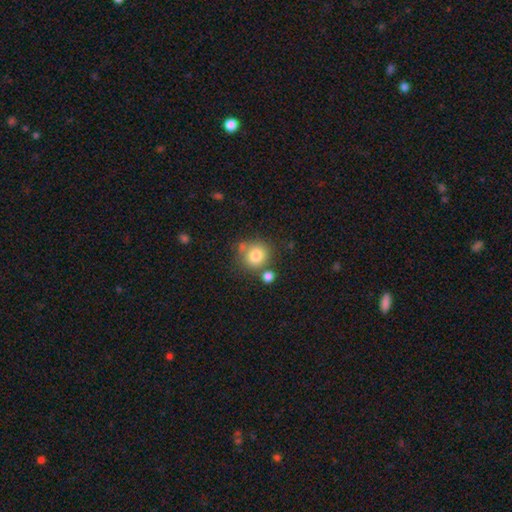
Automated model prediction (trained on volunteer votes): Smooth or featured? Predicted: smooth (p=0.80). How rounded? Predicted: round (p=0.88). Merging? Predicted: none (p=0.64).